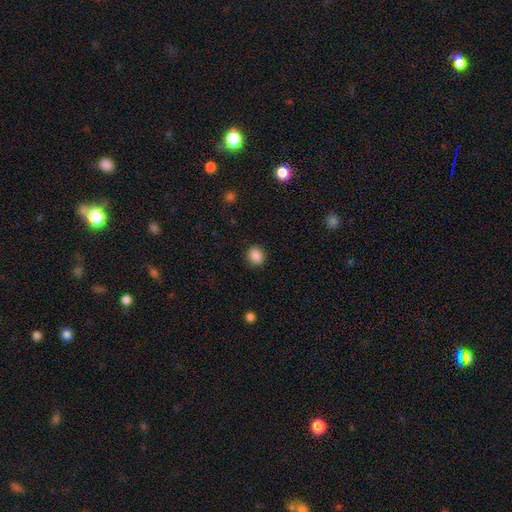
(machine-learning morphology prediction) Smooth or featured? smooth (87%)
How rounded? round (58%)
Merging? none (89%)